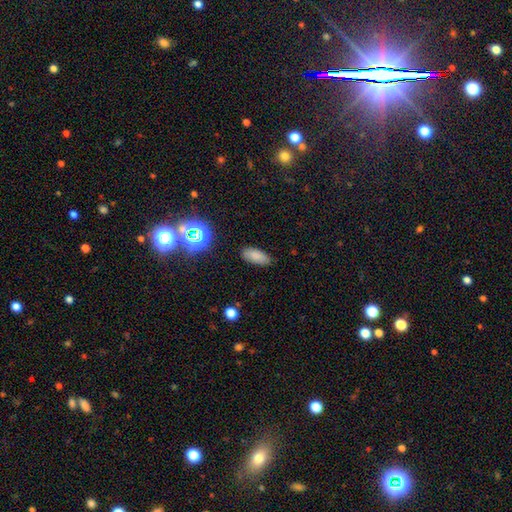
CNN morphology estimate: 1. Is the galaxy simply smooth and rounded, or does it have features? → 83% smooth, 11% star or artifact, 6% featured or disk.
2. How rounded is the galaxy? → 84% in between, 13% cigar-shaped, 3% round.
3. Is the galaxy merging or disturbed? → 85% none, 11% minor disturbance, 3% major disturbance, 1% merger.